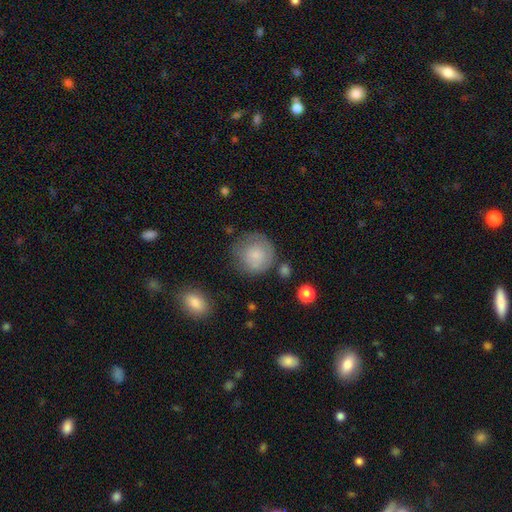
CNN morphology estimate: smooth_or_featured: smooth (p=0.74) [alt: featured or disk p=0.18]
how_rounded: round (p=0.91) [alt: in between p=0.08]
merging: none (p=0.63) [alt: minor disturbance p=0.23]